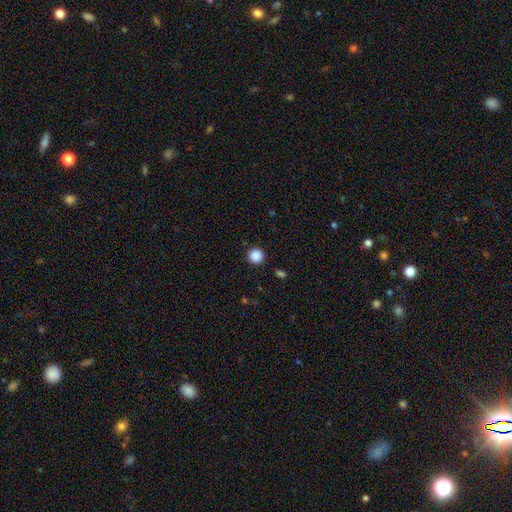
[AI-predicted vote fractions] A smooth galaxy with no disk features (88%) that is round (94%). Merging: none (90%).